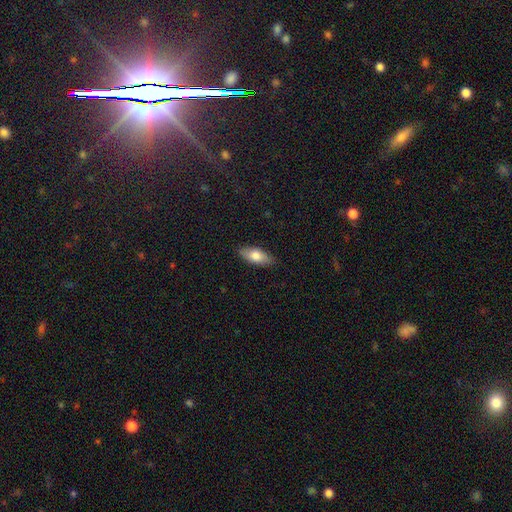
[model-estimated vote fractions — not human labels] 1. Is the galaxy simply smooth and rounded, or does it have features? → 75% smooth, 19% featured or disk, 6% star or artifact.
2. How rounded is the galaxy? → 81% in between, 16% cigar-shaped, 3% round.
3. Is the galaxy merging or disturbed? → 87% none, 10% minor disturbance, 2% major disturbance, 1% merger.